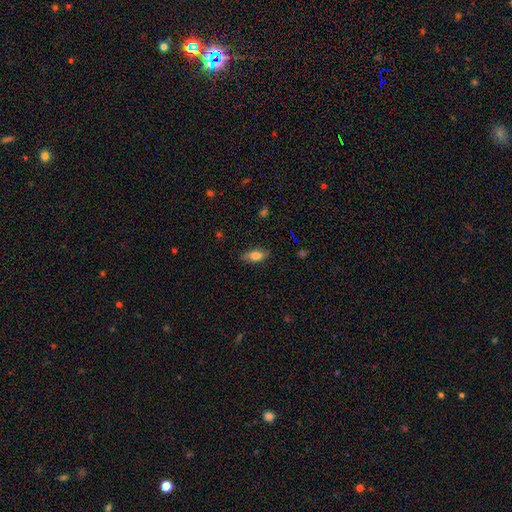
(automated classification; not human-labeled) smooth-or-featured: smooth: 77% | featured or disk: 15% | star or artifact: 8%
  how-rounded: in between: 80% | cigar-shaped: 16% | round: 4%
  merging: none: 80% | minor disturbance: 16% | major disturbance: 3% | merger: 1%